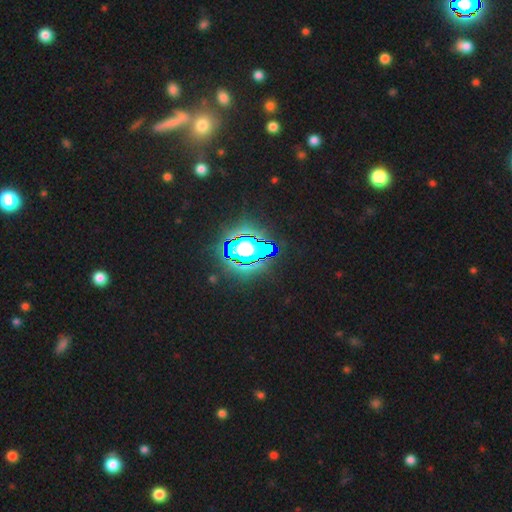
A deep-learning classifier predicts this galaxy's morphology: smooth-or-featured: star or artifact: 83% | smooth: 10% | featured or disk: 7%